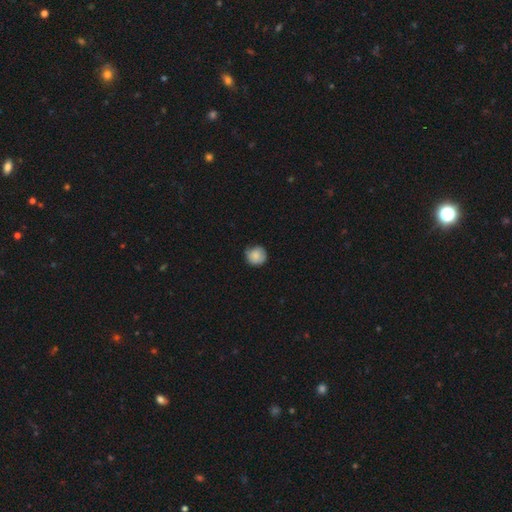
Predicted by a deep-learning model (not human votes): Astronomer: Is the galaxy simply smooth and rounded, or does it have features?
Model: smooth — 84%.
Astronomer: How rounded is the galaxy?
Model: round — 92%.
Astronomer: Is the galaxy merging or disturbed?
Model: none — 73%.